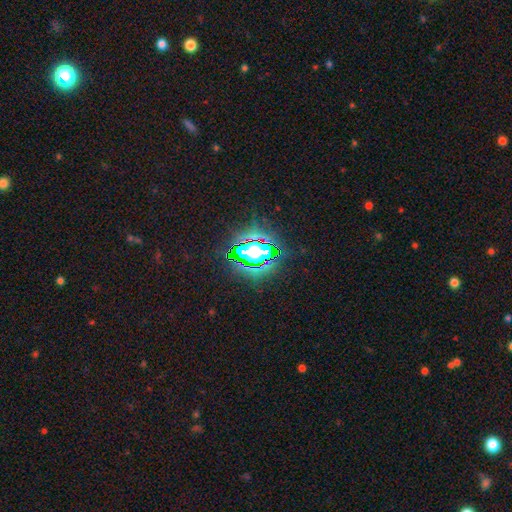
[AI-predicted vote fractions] This appears to be a star or artifact, not a galaxy (77%).